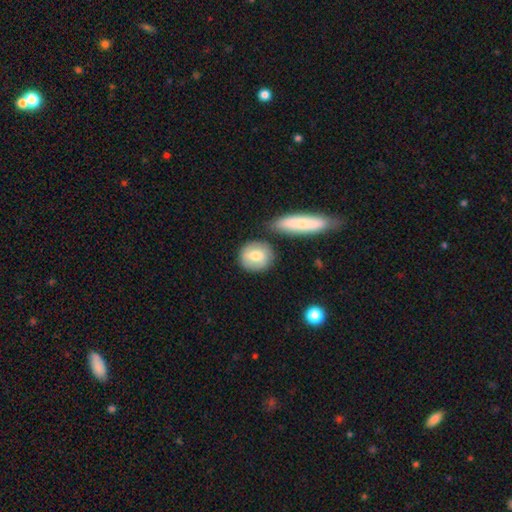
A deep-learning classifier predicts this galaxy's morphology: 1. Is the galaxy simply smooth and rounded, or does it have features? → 70% smooth, 24% featured or disk, 6% star or artifact.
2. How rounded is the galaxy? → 81% round, 17% in between, 2% cigar-shaped.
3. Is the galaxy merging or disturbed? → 72% none, 13% minor disturbance, 11% merger, 4% major disturbance.